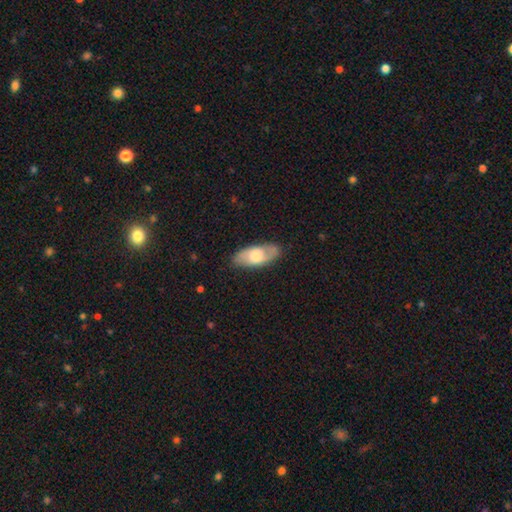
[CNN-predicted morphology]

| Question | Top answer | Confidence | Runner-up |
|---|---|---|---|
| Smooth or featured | smooth | 49% | featured or disk (45%) |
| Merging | none | 84% | minor disturbance (12%) |